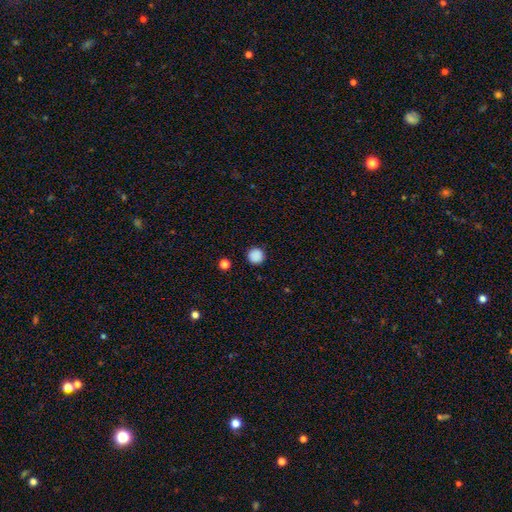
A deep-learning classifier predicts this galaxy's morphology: This is clearly a smooth galaxy (87%). How rounded: clearly round (95%). Merging: clearly none (90%).